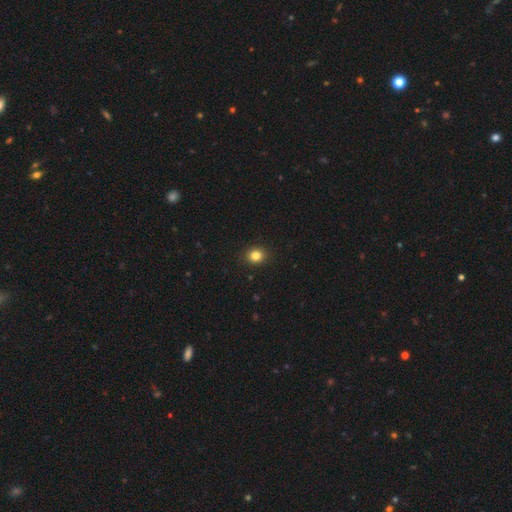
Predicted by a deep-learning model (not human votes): Overall: smooth (84%). How rounded: round (76%). Merging: none (91%).